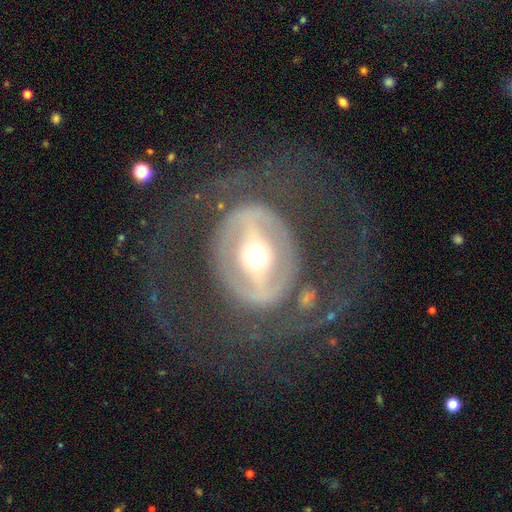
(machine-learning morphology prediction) This is likely a featured or disk galaxy (70%). It is clearly not viewed edge-on (92%). Bar: possibly strong (48%). Spiral arm pattern: likely no (65%). Central bulge: likely moderate (64%). Merging: likely none (70%).